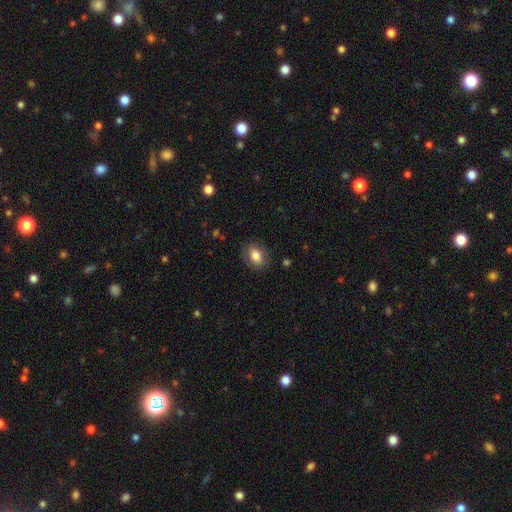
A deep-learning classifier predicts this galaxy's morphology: Smooth or featured: smooth — 78% (featured or disk — 14%)
How rounded: in between — 64% (round — 35%)
Merging: none — 83% (minor disturbance — 12%)